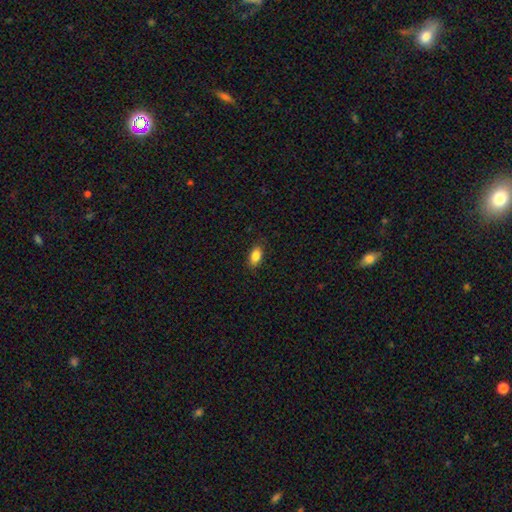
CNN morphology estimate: Q: Smooth or featured?
A: smooth (86%); runner-up: star or artifact (8%)
Q: How rounded?
A: in between (89%); runner-up: round (7%)
Q: Merging?
A: none (85%); runner-up: minor disturbance (11%)